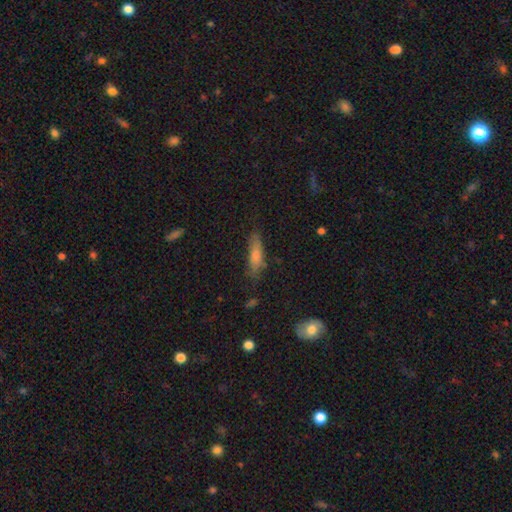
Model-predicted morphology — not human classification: A smooth galaxy with no disk features (75%) that is cigar-shaped (60%).

Vote fractions:
- Smooth or featured? smooth: 75% / featured or disk: 17% / star or artifact: 8%
- How rounded? cigar-shaped: 60% / in between: 38% / round: 2%
- Merging? none: 65% / minor disturbance: 24% / major disturbance: 8% / merger: 3%